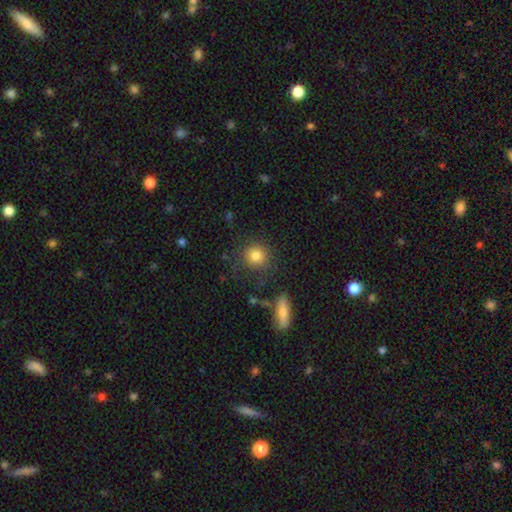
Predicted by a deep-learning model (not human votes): Morphology: type=smooth (82%); roundness=round (89%); merging=none (80%).